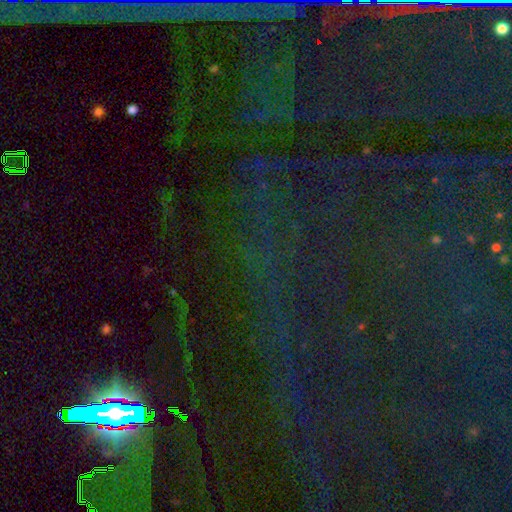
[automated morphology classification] A star or artifact, not a galaxy (81%).